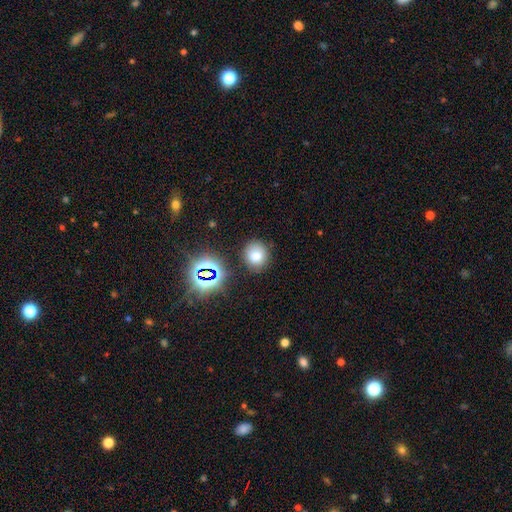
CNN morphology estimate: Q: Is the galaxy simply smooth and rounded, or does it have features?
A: smooth — 73%.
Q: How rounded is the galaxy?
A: round — 78%.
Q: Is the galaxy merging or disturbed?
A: none — 82%.